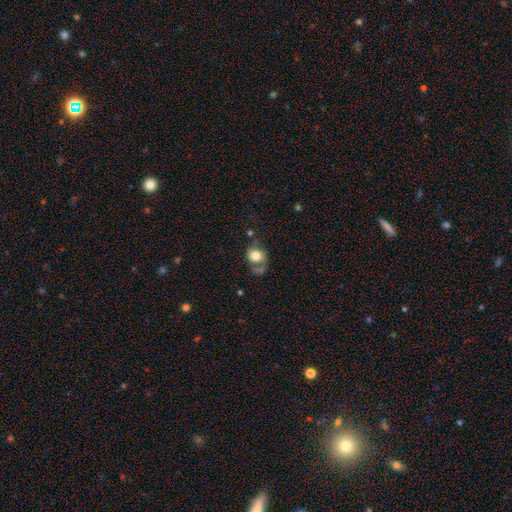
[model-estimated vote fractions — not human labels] smooth 68%, featured or disk 23%, star or artifact 9%. Down the decision tree: how rounded — round (60%); merging — none (37%).